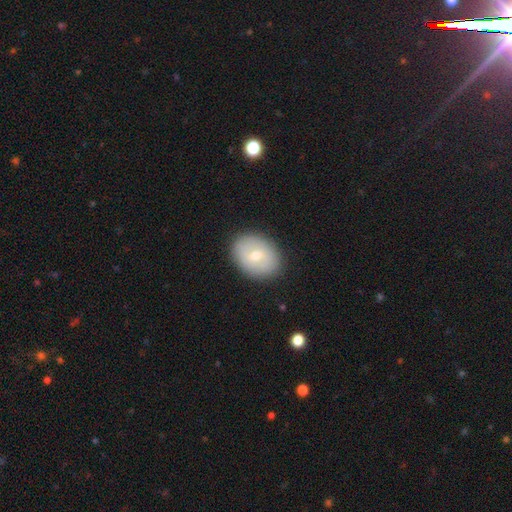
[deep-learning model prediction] This is likely a smooth galaxy (61%). How rounded: likely in between (62%). Merging: clearly none (87%).